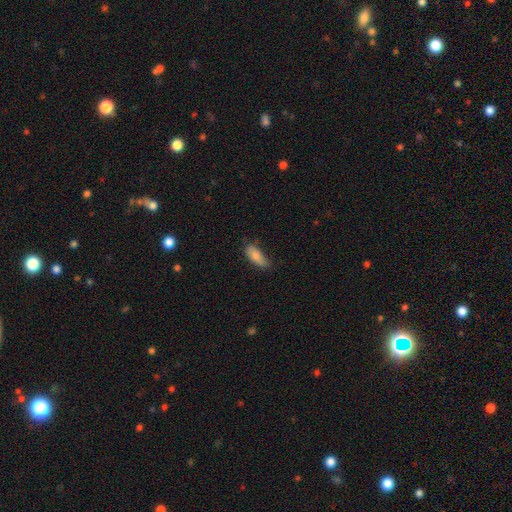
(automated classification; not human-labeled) Q: Smooth or featured?
A: smooth (80%); runner-up: featured or disk (12%)
Q: How rounded?
A: in between (78%); runner-up: cigar-shaped (19%)
Q: Merging?
A: none (53%); runner-up: minor disturbance (36%)